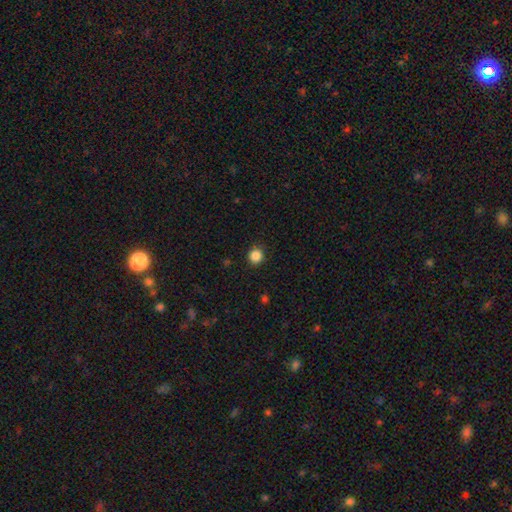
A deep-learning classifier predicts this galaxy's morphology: Smooth or featured: smooth — 86% (star or artifact — 11%)
How rounded: round — 92% (in between — 7%)
Merging: none — 90% (minor disturbance — 7%)